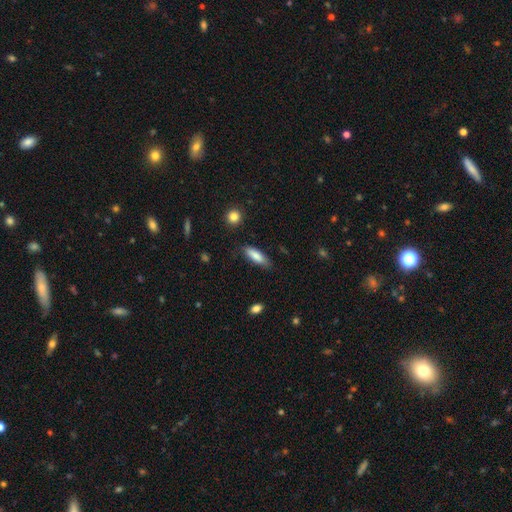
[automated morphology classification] Smooth or featured? Predicted: smooth (p=0.82). How rounded? Predicted: cigar-shaped (p=0.50). Merging? Predicted: none (p=0.81).